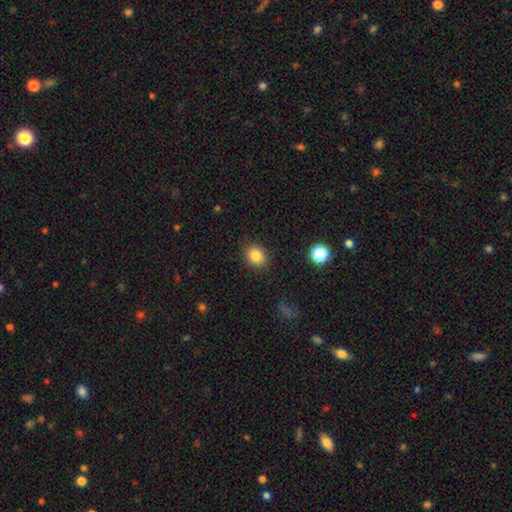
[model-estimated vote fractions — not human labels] smooth_or_featured: smooth (p=0.83) [alt: star or artifact p=0.11]
how_rounded: round (p=0.56) [alt: in between p=0.43]
merging: none (p=0.87) [alt: minor disturbance p=0.09]